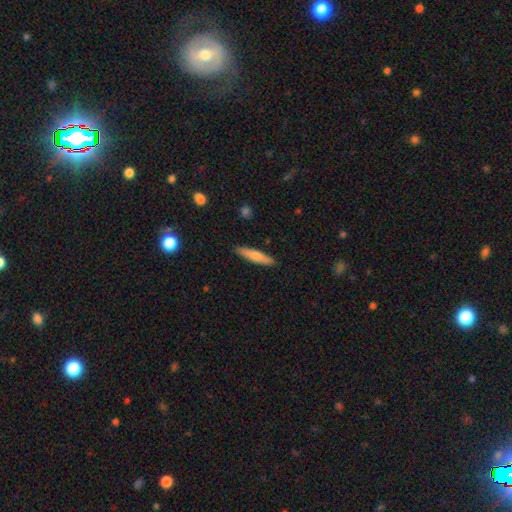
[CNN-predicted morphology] This is likely a smooth galaxy (71%). How rounded: clearly cigar-shaped (88%). Merging: clearly none (90%).